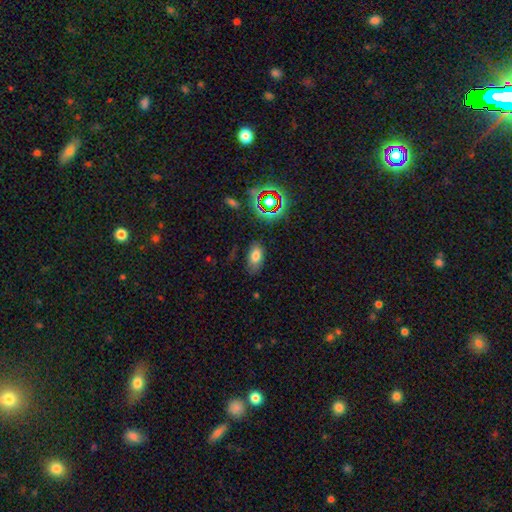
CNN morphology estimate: smooth_or_featured: smooth (p=0.74) [alt: star or artifact p=0.15]
how_rounded: in between (p=0.90) [alt: round p=0.07]
merging: none (p=0.77) [alt: minor disturbance p=0.16]